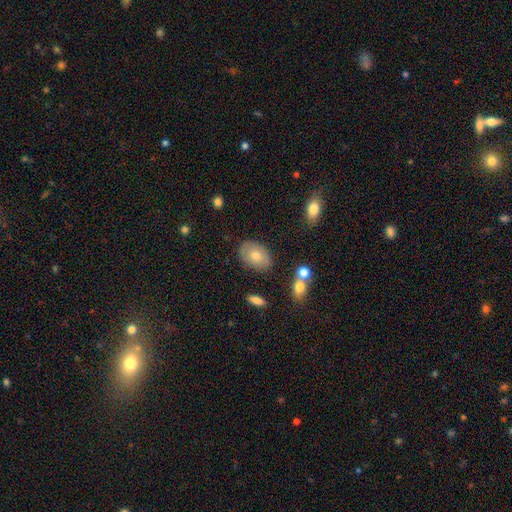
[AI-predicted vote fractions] smooth-or-featured: smooth: 67% | featured or disk: 24% | star or artifact: 9%
  how-rounded: in between: 84% | round: 15% | cigar-shaped: 1%
  merging: none: 79% | minor disturbance: 15% | major disturbance: 4% | merger: 3%